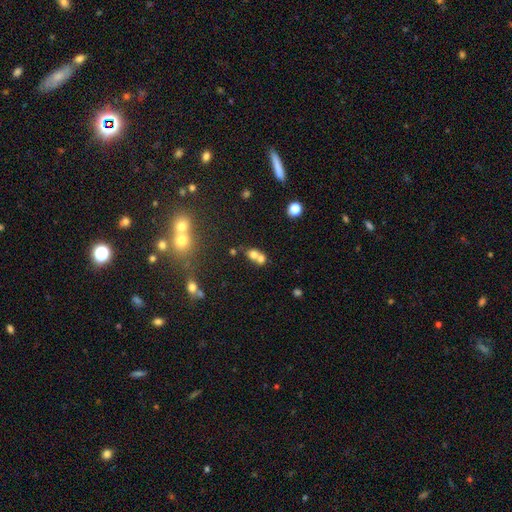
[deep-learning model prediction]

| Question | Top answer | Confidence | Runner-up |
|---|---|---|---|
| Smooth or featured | smooth | 68% | featured or disk (16%) |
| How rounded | round | 66% | in between (32%) |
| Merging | merger | 64% | none (26%) |